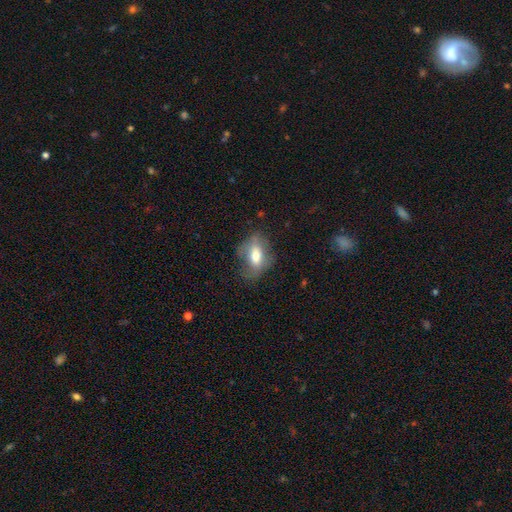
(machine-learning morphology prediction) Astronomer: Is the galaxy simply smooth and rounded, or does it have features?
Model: smooth — 64%.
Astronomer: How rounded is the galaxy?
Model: in between — 82%.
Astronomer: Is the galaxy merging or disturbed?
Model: none — 55%.